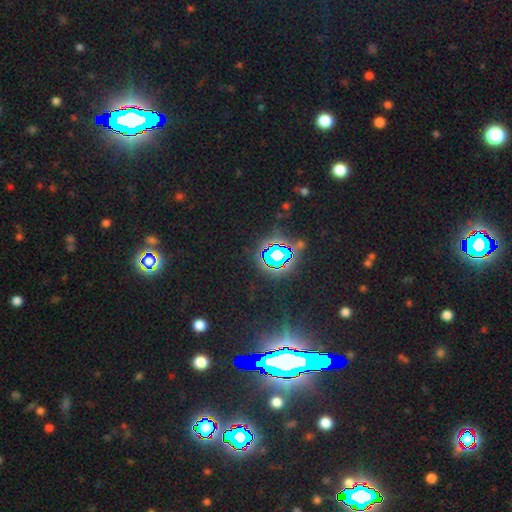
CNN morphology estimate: Smooth or featured?
  - star or artifact: 83% *
  - smooth: 9%
  - featured or disk: 8%